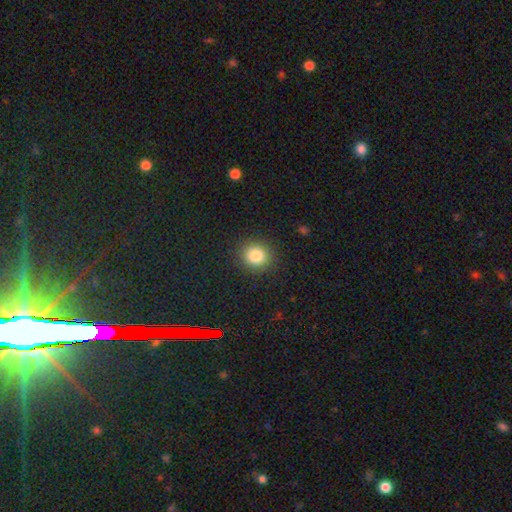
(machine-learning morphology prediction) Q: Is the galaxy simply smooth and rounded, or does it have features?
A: smooth — 83%.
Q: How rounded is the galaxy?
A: round — 87%.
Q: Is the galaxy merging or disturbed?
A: none — 90%.